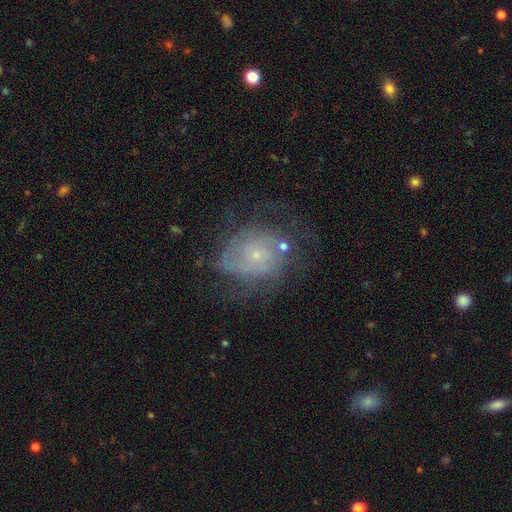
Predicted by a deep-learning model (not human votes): A featured or disk galaxy (74%) with no bar (78%), tight (53%) spiral arms (87%) and a small central bulge (81%).

Vote fractions:
- Smooth or featured? featured or disk: 74% / smooth: 17% / star or artifact: 9%
- Edge-on disk? no: 97% / yes: 3%
- Bar? no: 78% / weak: 19% / strong: 3%
- Spiral arms? yes: 87% / no: 13%
- Spiral winding? tight: 53% / medium: 34% / loose: 13%
- Spiral arm count? can't tell: 43% / 2: 22% / 3: 14% / 4: 9% / 1: 6% / more than 4: 6%
- Bulge size? small: 81% / moderate: 12% / none: 4% / large: 1% / dominant: 1%
- Merging? none: 58% / minor disturbance: 21% / major disturbance: 17% / merger: 4%